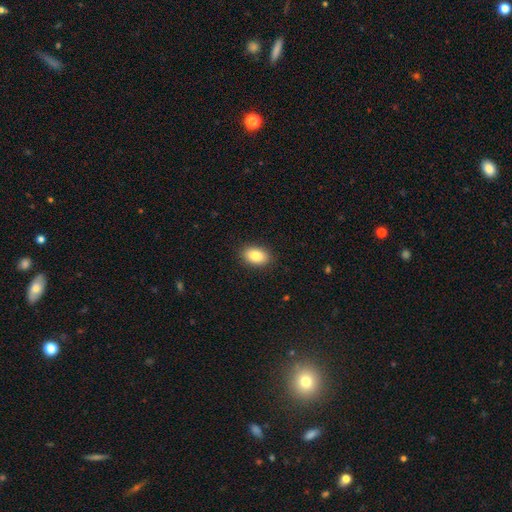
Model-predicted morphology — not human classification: Q: Smooth or featured?
A: smooth (85%); runner-up: star or artifact (8%)
Q: How rounded?
A: in between (87%); runner-up: round (12%)
Q: Merging?
A: none (89%); runner-up: minor disturbance (8%)